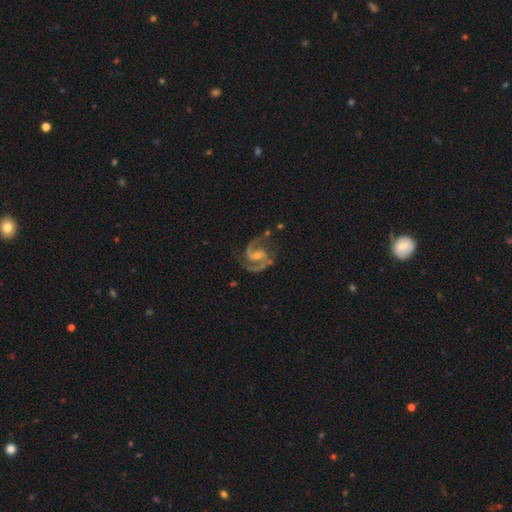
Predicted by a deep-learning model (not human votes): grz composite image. It shows a featured or disk galaxy (92%) with a weak bar (47%), 2 (92%) medium (65%) spiral arms (98%) and a small central bulge (58%). Merging: none (73%).